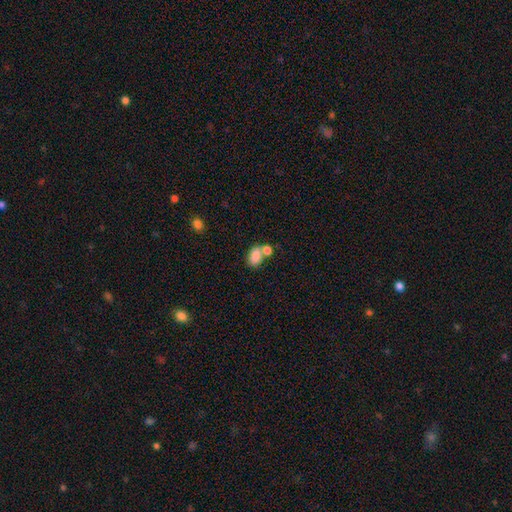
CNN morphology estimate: Smooth or featured? smooth (83%)
How rounded? in between (86%)
Merging? merger (43%)